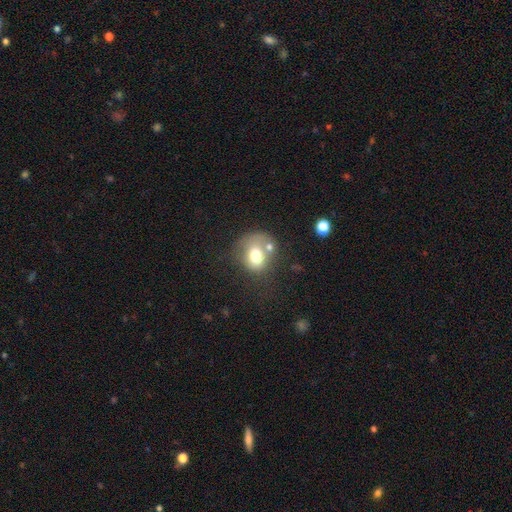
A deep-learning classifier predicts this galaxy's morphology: Q: Smooth or featured?
A: smooth (70%); runner-up: featured or disk (20%)
Q: How rounded?
A: round (63%); runner-up: in between (36%)
Q: Merging?
A: none (37%); runner-up: merger (25%)